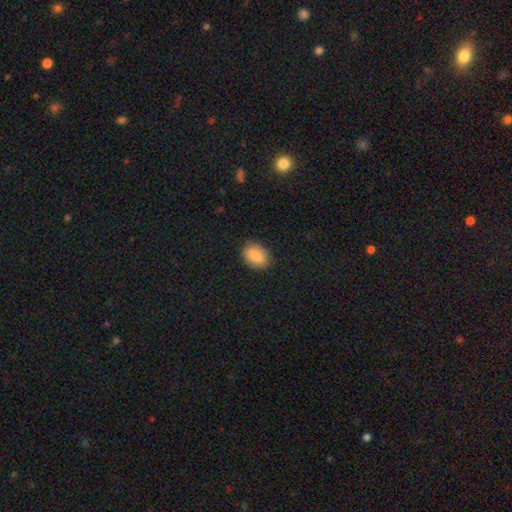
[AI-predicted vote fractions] Smooth or featured? smooth (83%)
How rounded? in between (70%)
Merging? none (82%)